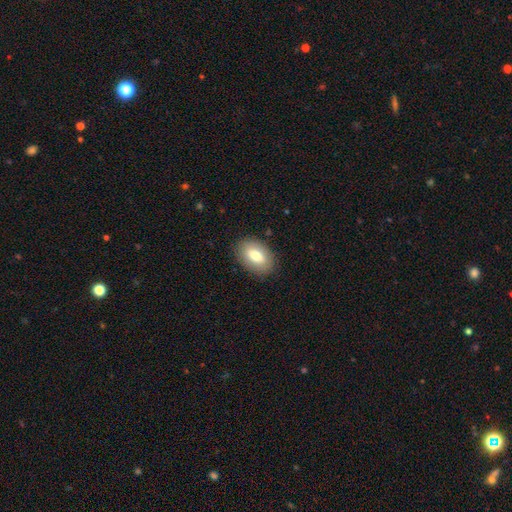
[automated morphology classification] Smooth or featured? Predicted: smooth (p=0.77). How rounded? Predicted: in between (p=0.90). Merging? Predicted: none (p=0.87).